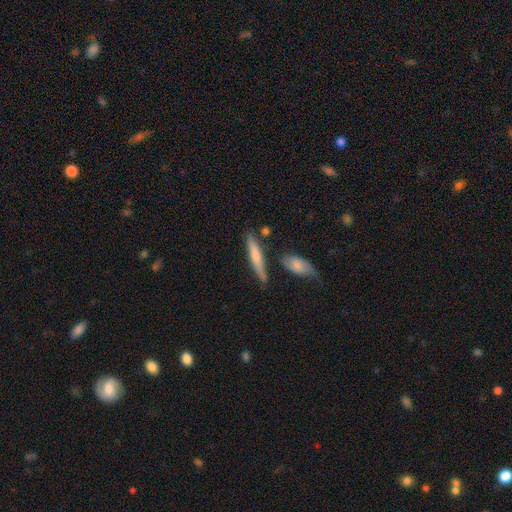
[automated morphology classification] Smooth or featured?
  - smooth: 59% *
  - featured or disk: 35%
  - star or artifact: 6%
How rounded?
  - cigar-shaped: 86% *
  - in between: 12%
  - round: 2%
Merging?
  - none: 75% *
  - minor disturbance: 14%
  - merger: 8%
  - major disturbance: 3%